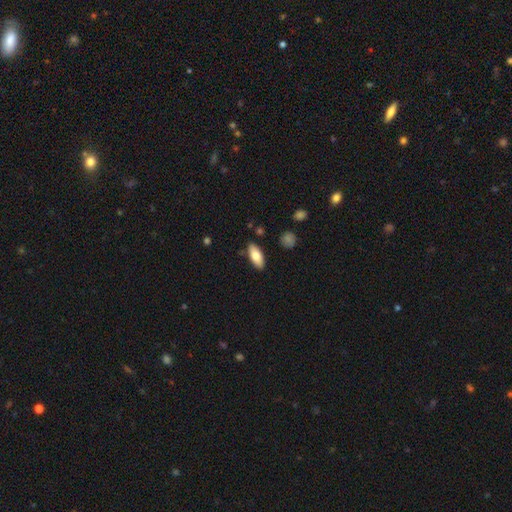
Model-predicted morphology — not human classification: smooth_or_featured: smooth (p=0.76) [alt: featured or disk p=0.17]
how_rounded: in between (p=0.81) [alt: cigar-shaped p=0.16]
merging: none (p=0.85) [alt: minor disturbance p=0.11]